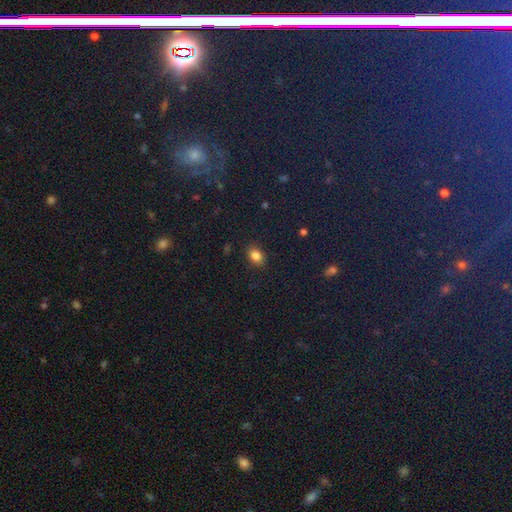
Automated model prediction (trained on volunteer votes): Overall: smooth (85%). How rounded: in between (72%). Merging: none (87%).